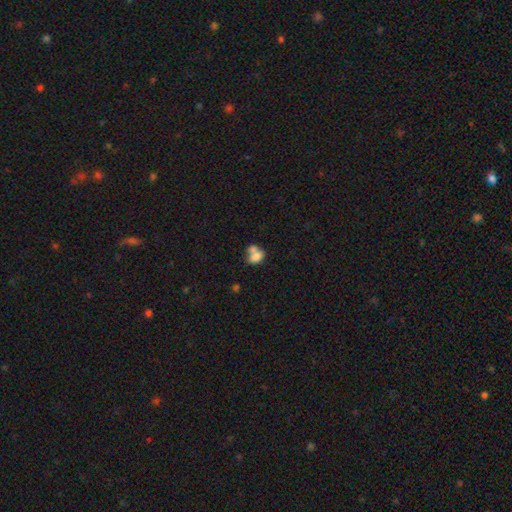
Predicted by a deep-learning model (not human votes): Q: Smooth or featured?
A: smooth (76%); runner-up: featured or disk (15%)
Q: How rounded?
A: in between (76%); runner-up: round (23%)
Q: Merging?
A: merger (60%); runner-up: none (25%)